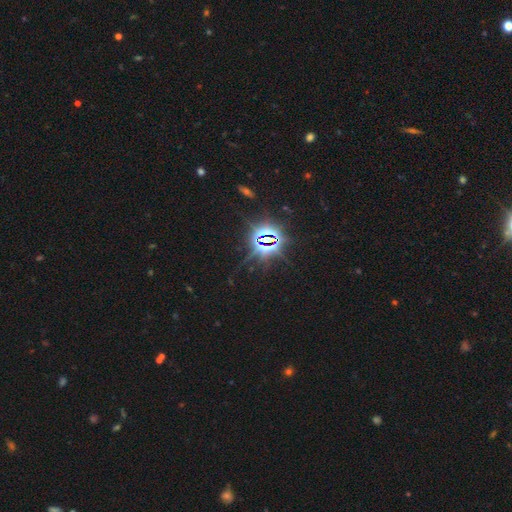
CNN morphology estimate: smooth_or_featured: star or artifact (p=0.84) [alt: smooth p=0.10]